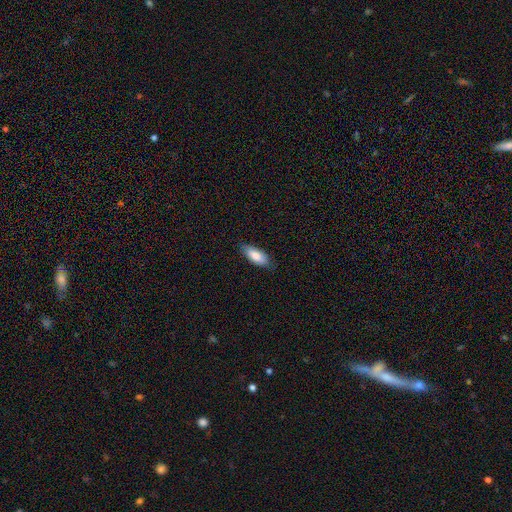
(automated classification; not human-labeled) Morphology: type=smooth (83%); roundness=in between (81%); merging=none (82%).